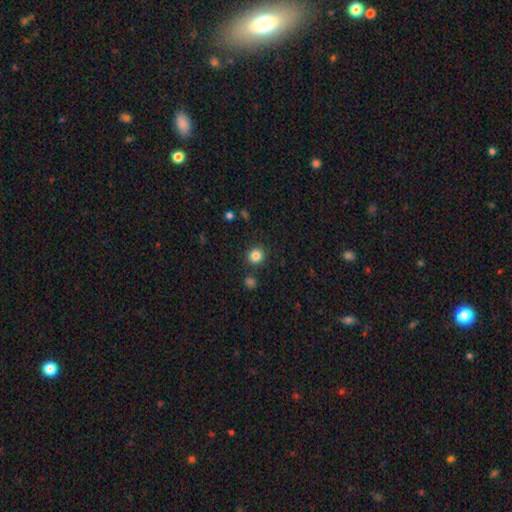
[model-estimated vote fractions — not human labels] This is clearly a smooth galaxy (84%). How rounded: clearly round (91%). Merging: clearly none (88%).